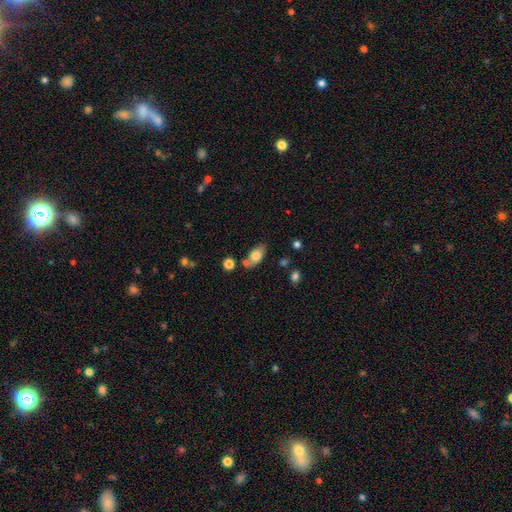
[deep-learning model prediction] Smooth or featured: smooth — 75% (featured or disk — 17%)
How rounded: in between — 88% (round — 7%)
Merging: none — 66% (minor disturbance — 16%)